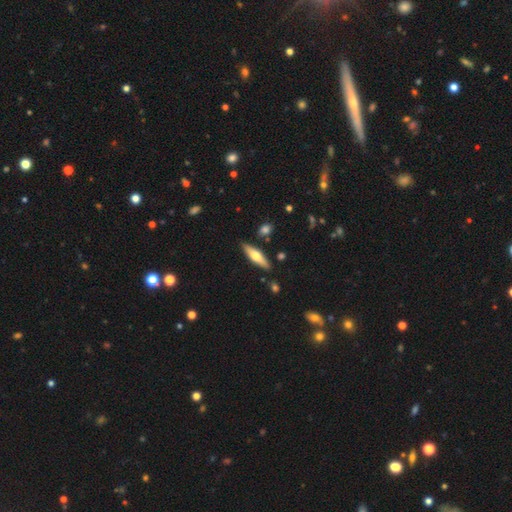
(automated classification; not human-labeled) smooth_or_featured: smooth (p=0.51) [alt: featured or disk p=0.43]
how_rounded: cigar-shaped (p=0.64) [alt: in between p=0.34]
merging: none (p=0.84) [alt: minor disturbance p=0.10]